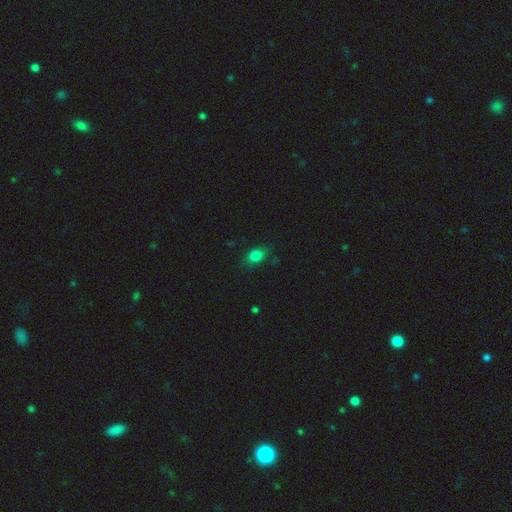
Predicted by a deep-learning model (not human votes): A smooth galaxy with no disk features (80%) that is in between round and cigar-shaped (68%). Merging: none (75%).